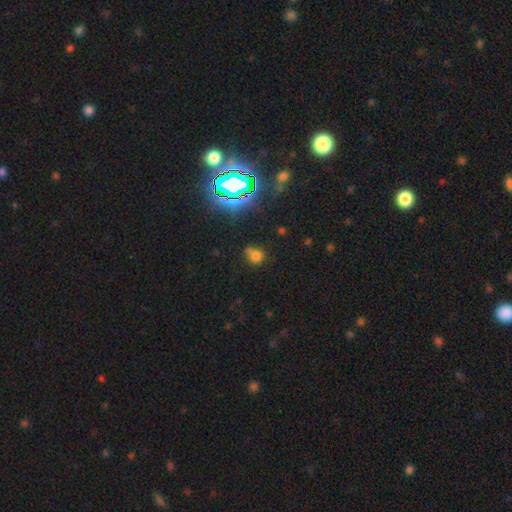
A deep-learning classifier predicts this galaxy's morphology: smooth_or_featured: smooth (p=0.64) [alt: star or artifact p=0.27]
how_rounded: round (p=0.72) [alt: in between p=0.27]
merging: none (p=0.56) [alt: minor disturbance p=0.21]